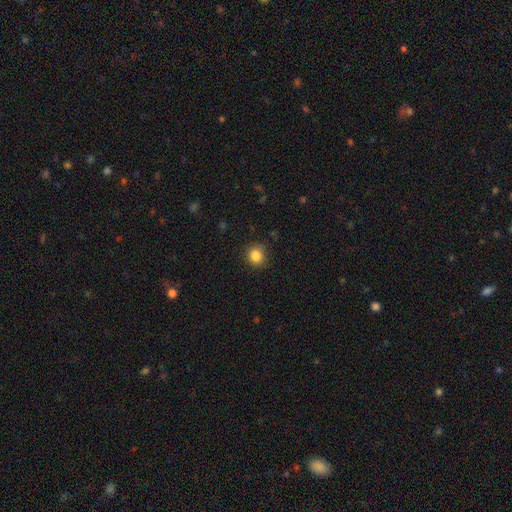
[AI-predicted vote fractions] Smooth or featured? Predicted: smooth (p=0.84). How rounded? Predicted: round (p=0.87). Merging? Predicted: none (p=0.86).